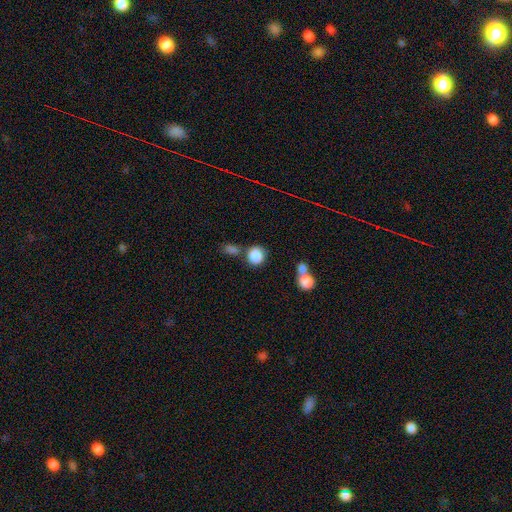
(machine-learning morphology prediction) Smooth or featured: smooth — 86% (star or artifact — 9%)
How rounded: round — 81% (in between — 18%)
Merging: none — 62% (merger — 20%)